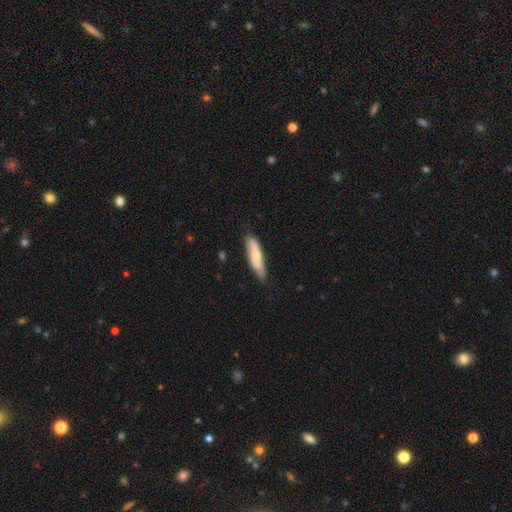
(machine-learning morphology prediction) This is likely a smooth galaxy (64%). How rounded: likely cigar-shaped (68%). Merging: likely none (74%).